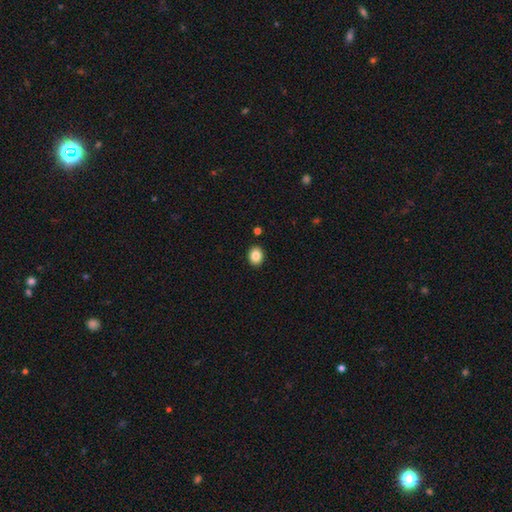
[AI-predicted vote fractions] Morphology: type=smooth (86%); roundness=in between (50%); merging=none (90%).